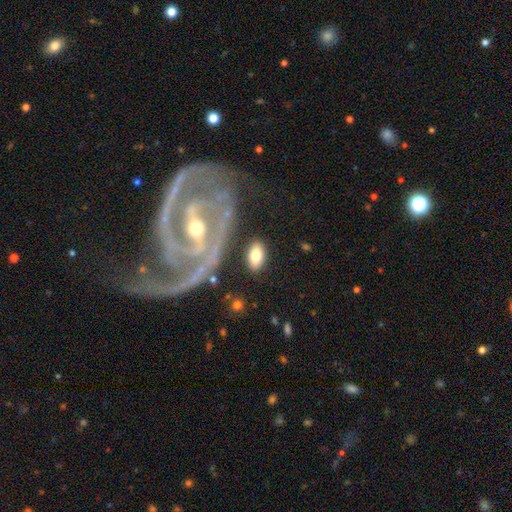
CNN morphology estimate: Overall: smooth (70%). How rounded: in between (91%). Merging: none (79%).